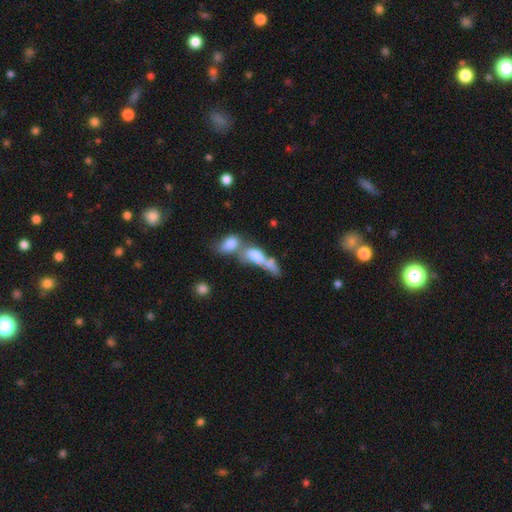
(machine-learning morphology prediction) This appears to be a smooth galaxy with no disk features (62%) that is in between round and cigar-shaped (63%). Merging: merger (70%).